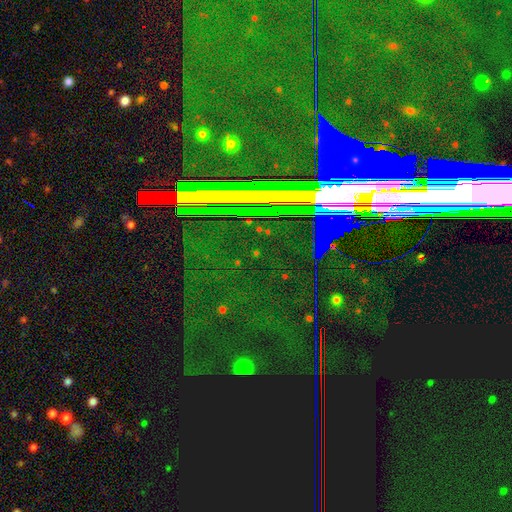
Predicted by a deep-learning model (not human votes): A star or artifact, not a galaxy (79%).

Vote fractions:
- Smooth or featured? star or artifact: 79% / featured or disk: 13% / smooth: 8%